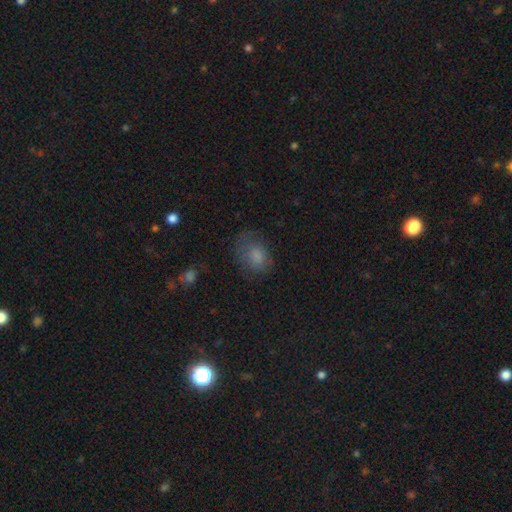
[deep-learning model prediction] Q: Smooth or featured?
A: smooth (72%); runner-up: featured or disk (16%)
Q: How rounded?
A: in between (62%); runner-up: round (37%)
Q: Merging?
A: none (55%); runner-up: minor disturbance (25%)